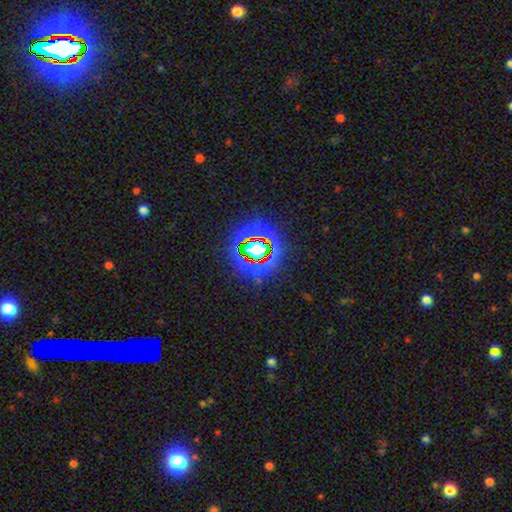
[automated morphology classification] Smooth or featured: star or artifact — 78% (smooth — 13%)